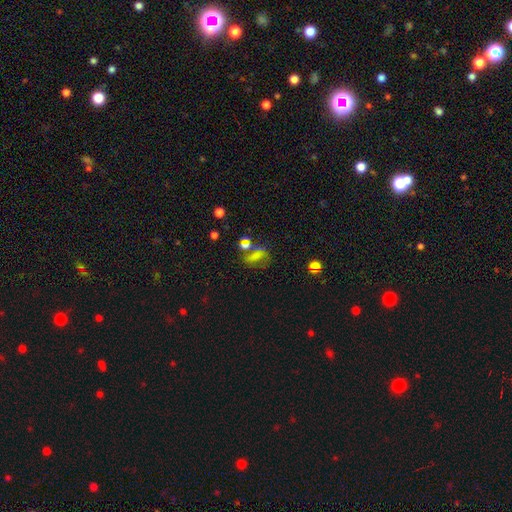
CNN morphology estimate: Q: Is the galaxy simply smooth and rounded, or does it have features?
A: smooth — 44%.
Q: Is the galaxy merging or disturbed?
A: none — 46%.